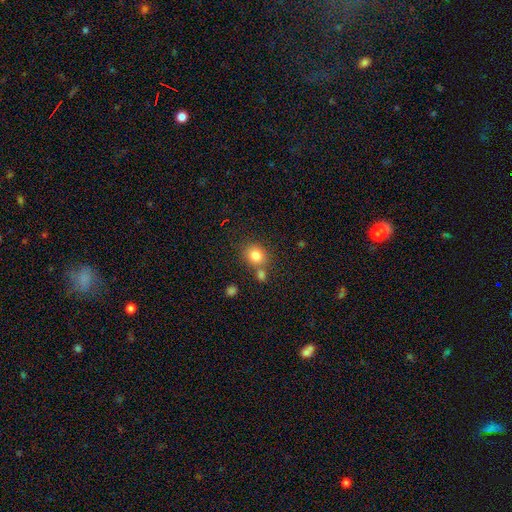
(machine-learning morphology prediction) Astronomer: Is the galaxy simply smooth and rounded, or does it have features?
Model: smooth — 81%.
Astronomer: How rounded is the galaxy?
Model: round — 75%.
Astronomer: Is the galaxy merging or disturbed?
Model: none — 68%.